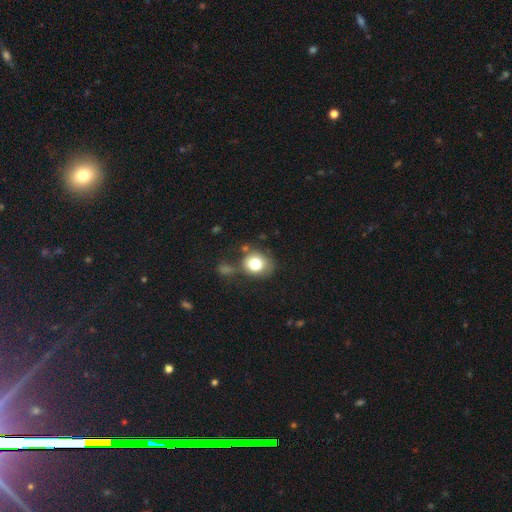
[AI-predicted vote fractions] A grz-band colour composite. It shows a star or artifact, not a galaxy (62%).